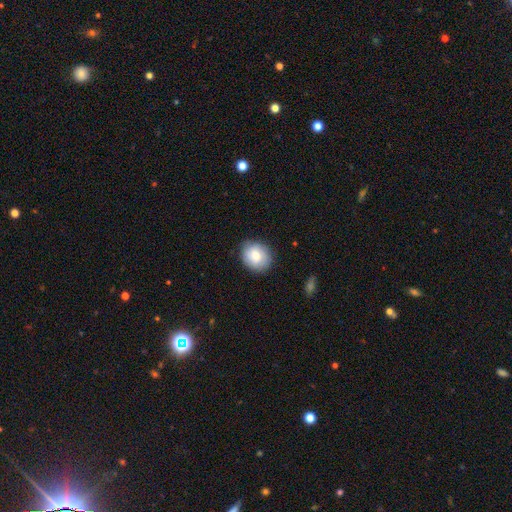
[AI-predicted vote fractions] Smooth or featured? Predicted: smooth (p=0.80). How rounded? Predicted: round (p=0.69). Merging? Predicted: none (p=0.84).